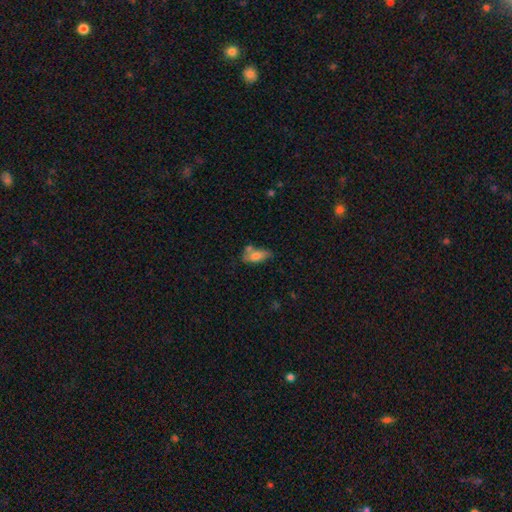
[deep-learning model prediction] A smooth galaxy with no disk features (68%) that is in between round and cigar-shaped (82%).

Vote fractions:
- Smooth or featured? smooth: 68% / featured or disk: 24% / star or artifact: 8%
- How rounded? in between: 82% / cigar-shaped: 13% / round: 5%
- Merging? none: 39% / merger: 25% / minor disturbance: 25% / major disturbance: 11%